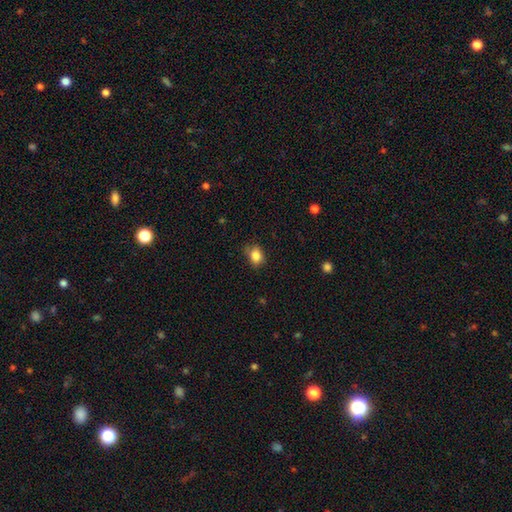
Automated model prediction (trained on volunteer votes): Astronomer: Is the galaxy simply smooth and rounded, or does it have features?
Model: smooth — 85%.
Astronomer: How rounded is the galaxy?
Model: in between — 57% (runner-up: round, 42%).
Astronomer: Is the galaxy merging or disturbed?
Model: none — 70%.